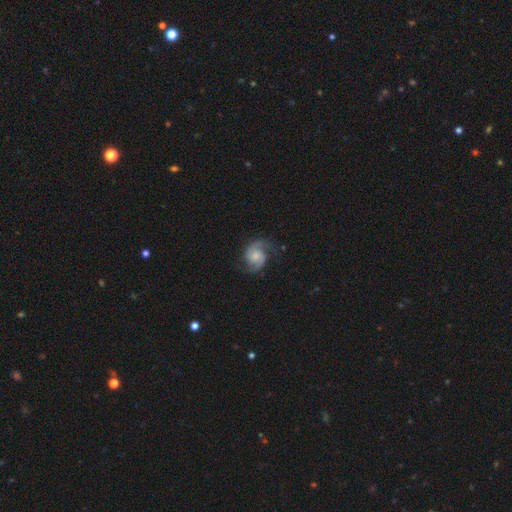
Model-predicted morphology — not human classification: Smooth or featured: featured or disk — 83% (smooth — 11%)
Edge-on disk: no — 98% (yes — 2%)
Bar: no — 68% (weak — 28%)
Spiral arms: yes — 97% (no — 3%)
Spiral winding: medium — 52% (loose — 25%)
Spiral arm count: 2 — 89% (1 — 4%)
Bulge size: small — 48% (moderate — 33%)
Merging: none — 71% (minor disturbance — 18%)